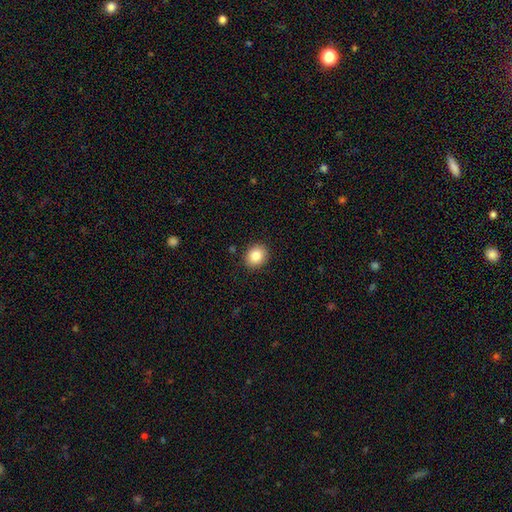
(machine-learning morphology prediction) Smooth or featured? smooth (85%)
How rounded? round (67%)
Merging? none (89%)